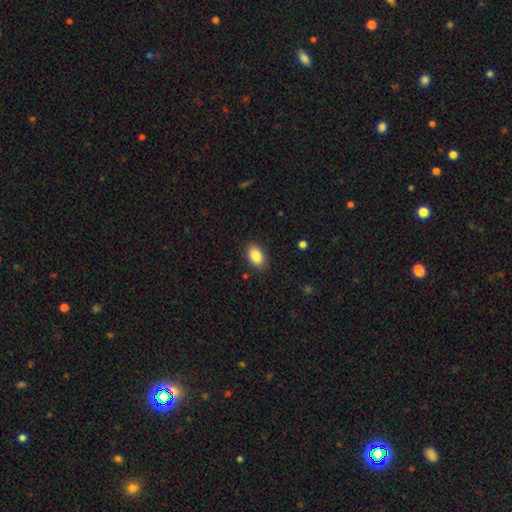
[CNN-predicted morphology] Smooth or featured: smooth — 87% (star or artifact — 7%)
How rounded: in between — 88% (round — 11%)
Merging: none — 87% (minor disturbance — 10%)